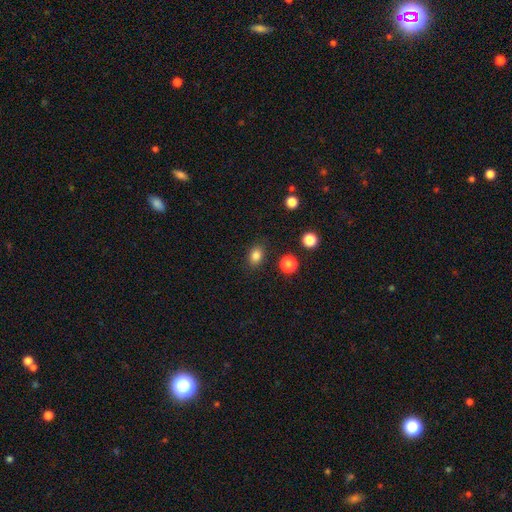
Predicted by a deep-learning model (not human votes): Overall: smooth (84%). How rounded: in between (66%; round 33%). Merging: none (86%).